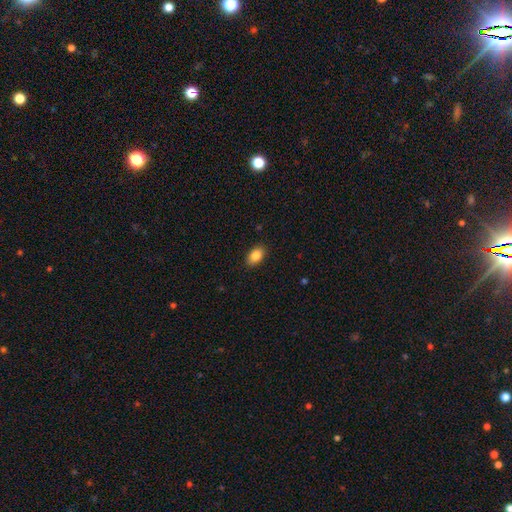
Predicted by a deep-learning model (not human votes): Smooth or featured?
  - smooth: 86% *
  - star or artifact: 8%
  - featured or disk: 6%
How rounded?
  - in between: 90% *
  - round: 8%
  - cigar-shaped: 2%
Merging?
  - none: 89% *
  - minor disturbance: 8%
  - major disturbance: 2%
  - merger: 1%